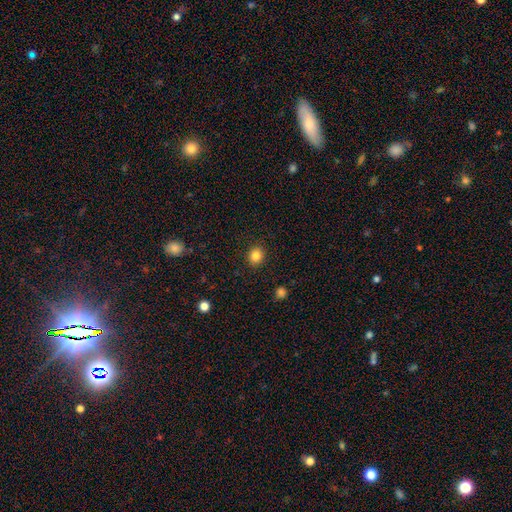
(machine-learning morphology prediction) This is clearly a smooth galaxy (84%). How rounded: likely round (78%). Merging: clearly none (91%).